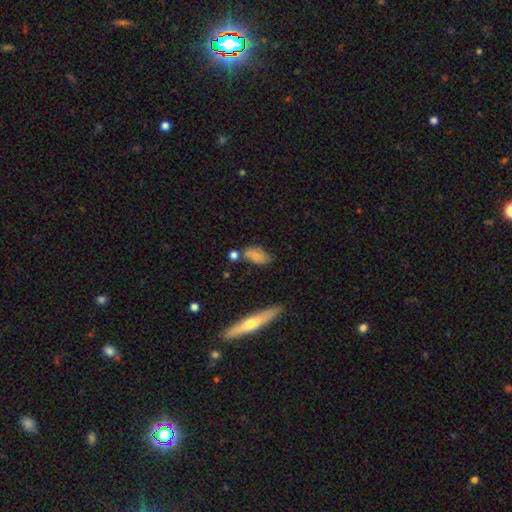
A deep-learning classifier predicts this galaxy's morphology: A smooth galaxy with no disk features (70%) that is in between round and cigar-shaped (85%).

Vote fractions:
- Smooth or featured? smooth: 70% / featured or disk: 21% / star or artifact: 10%
- How rounded? in between: 85% / cigar-shaped: 9% / round: 5%
- Merging? none: 50% / minor disturbance: 24% / merger: 17% / major disturbance: 9%